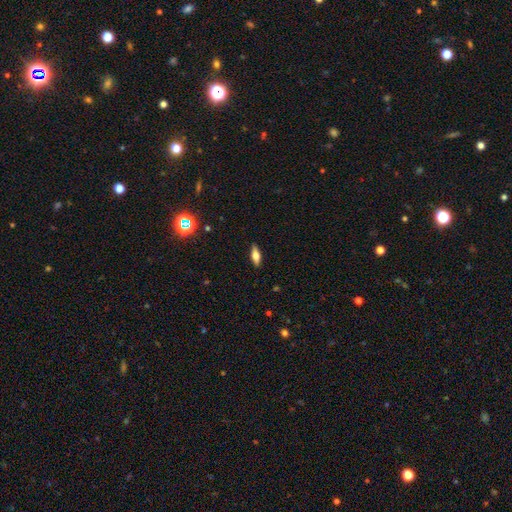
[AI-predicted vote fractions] The model was most divided on "smooth or featured": smooth: 58%, featured or disk: 33%, star or artifact: 9%. More confident: merging — none (88%); how rounded — in between (64%).